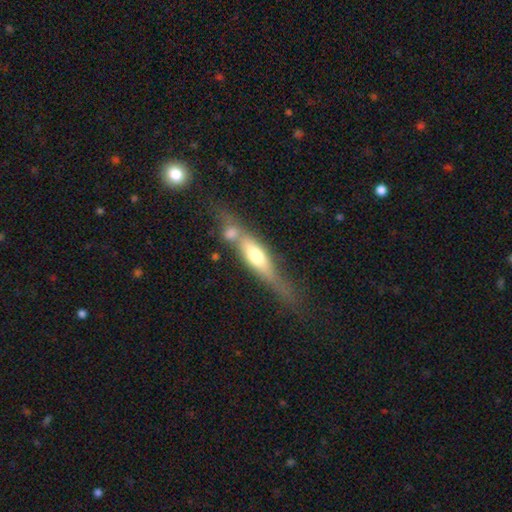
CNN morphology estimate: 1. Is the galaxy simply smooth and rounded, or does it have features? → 50% featured or disk, 44% smooth, 6% star or artifact.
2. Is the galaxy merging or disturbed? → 38% none, 36% merger, 17% minor disturbance, 9% major disturbance.